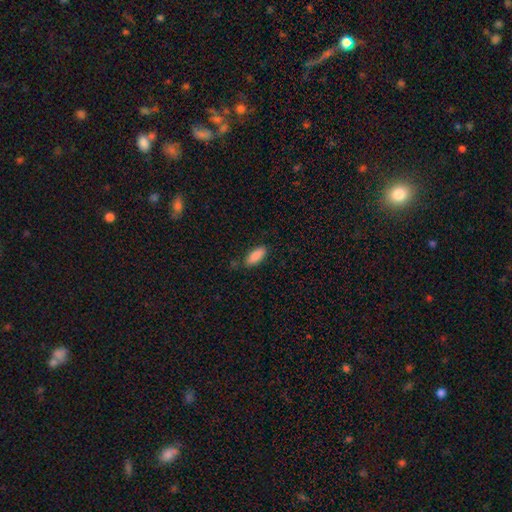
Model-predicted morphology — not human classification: Smooth or featured? smooth (89%)
How rounded? in between (81%)
Merging? none (79%)